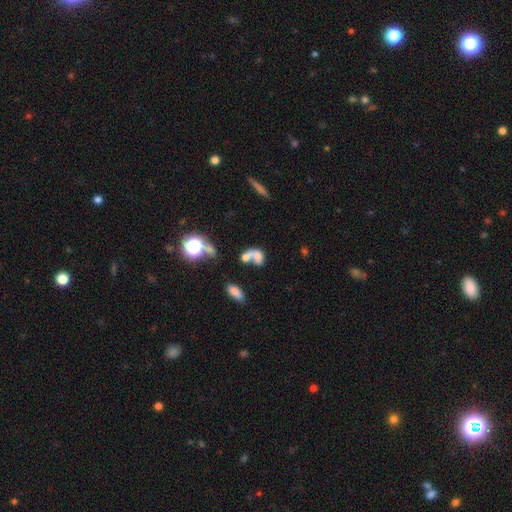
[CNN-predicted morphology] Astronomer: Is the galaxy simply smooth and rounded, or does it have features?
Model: smooth — 53% (runner-up: featured or disk, 30%).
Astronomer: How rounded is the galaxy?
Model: in between — 67%.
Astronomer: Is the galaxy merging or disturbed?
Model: merger — 58%.